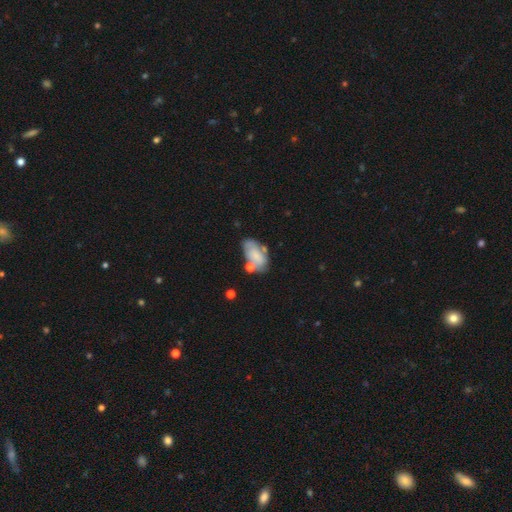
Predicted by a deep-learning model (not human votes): The model was most divided on "merging": none: 45%, minor disturbance: 25%, merger: 20%, major disturbance: 11%. More confident: how rounded — in between (92%); smooth or featured — smooth (66%).